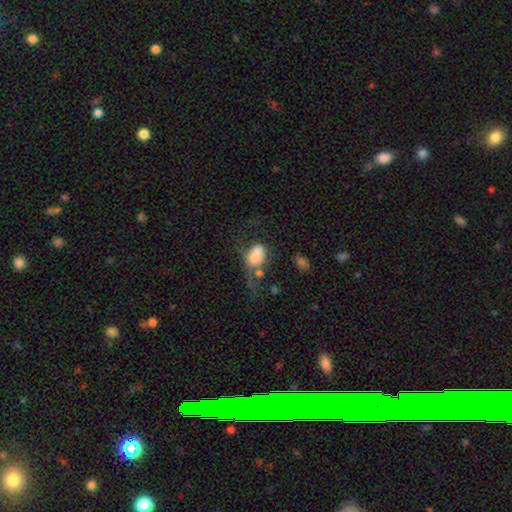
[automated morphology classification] A smooth galaxy with no disk features (66%) that is in between round and cigar-shaped (81%).

Vote fractions:
- Smooth or featured? smooth: 66% / featured or disk: 24% / star or artifact: 10%
- How rounded? in between: 81% / round: 17% / cigar-shaped: 2%
- Merging? major disturbance: 42% / merger: 26% / none: 17% / minor disturbance: 15%